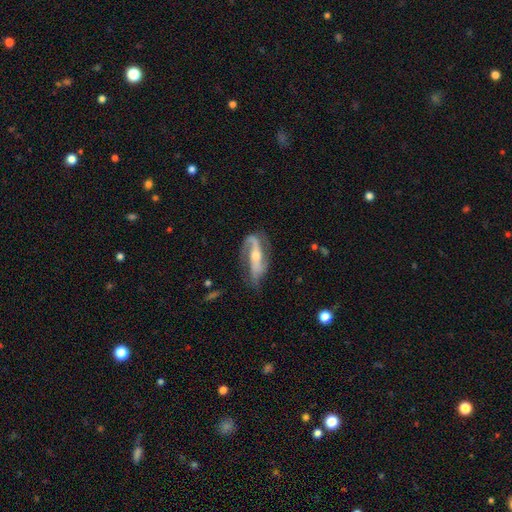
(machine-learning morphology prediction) This appears to be a featured or disk galaxy (85%) with a strong bar (39%), 2 (83%) loose (47%) spiral arms (95%) and a moderate central bulge (53%). Merging: none (62%).